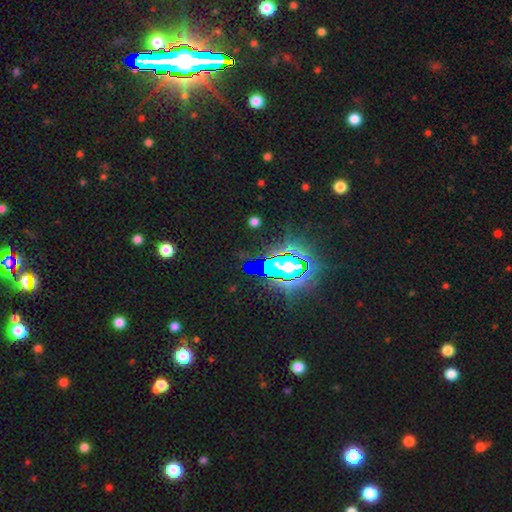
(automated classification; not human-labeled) star or artifact 84%, smooth 9%, featured or disk 7%.